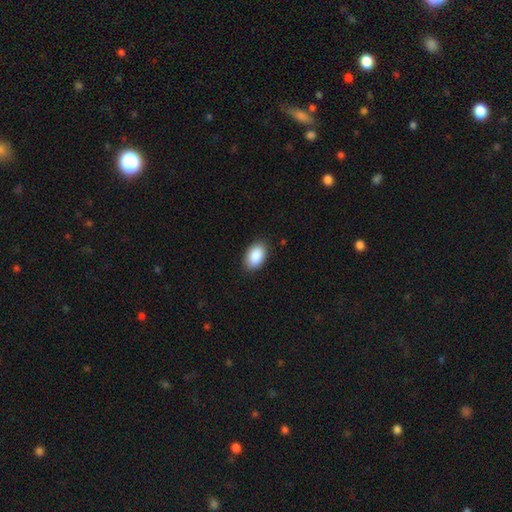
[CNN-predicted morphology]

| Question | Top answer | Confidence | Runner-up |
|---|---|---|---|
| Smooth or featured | smooth | 90% | star or artifact (6%) |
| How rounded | in between | 92% | round (7%) |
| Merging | none | 87% | minor disturbance (10%) |